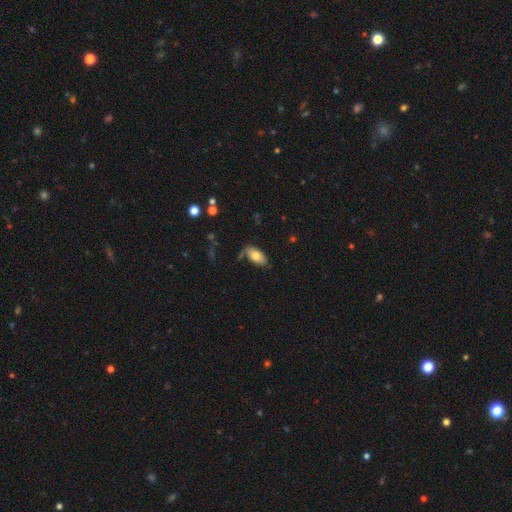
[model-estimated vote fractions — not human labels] smooth 77%, featured or disk 16%, star or artifact 7%. Down the decision tree: how rounded — in between (93%); merging — none (71%).